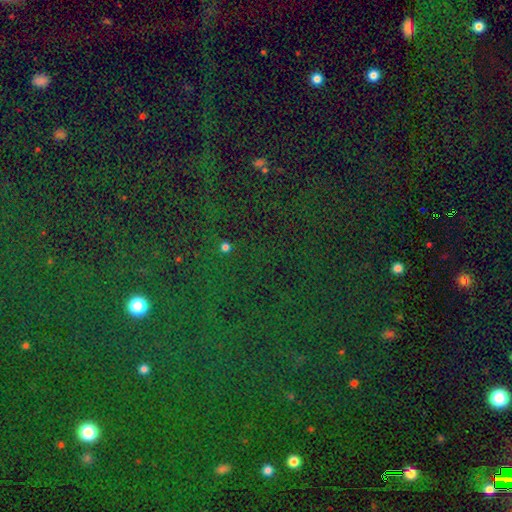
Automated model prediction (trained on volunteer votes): This is likely a star or artifact rather than a galaxy (80%).